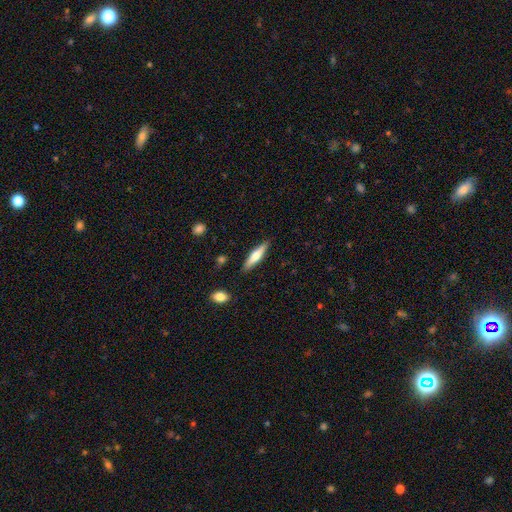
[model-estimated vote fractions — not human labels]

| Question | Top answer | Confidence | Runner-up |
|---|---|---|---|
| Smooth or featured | smooth | 53% | featured or disk (41%) |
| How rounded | cigar-shaped | 79% | in between (19%) |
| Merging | none | 88% | minor disturbance (8%) |